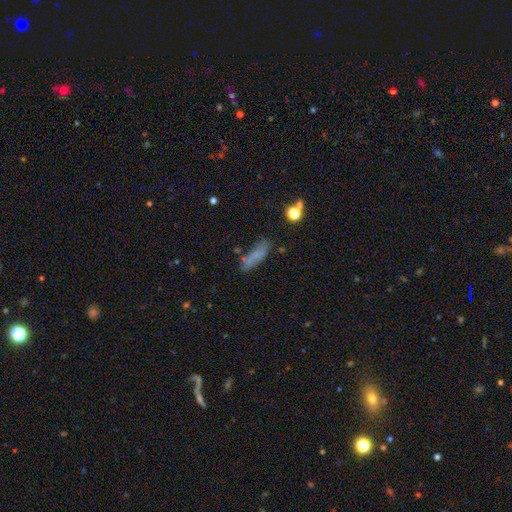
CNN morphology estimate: A smooth galaxy with no disk features (67%) that is cigar-shaped (55%). Merging: none (65%).